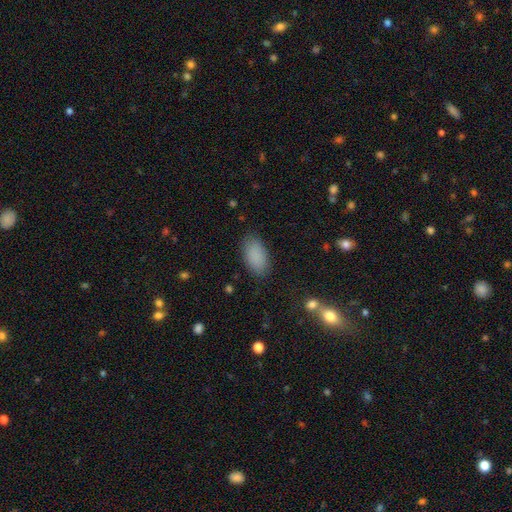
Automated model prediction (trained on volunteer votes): Q: Smooth or featured?
A: smooth (88%); runner-up: star or artifact (8%)
Q: How rounded?
A: in between (94%); runner-up: round (3%)
Q: Merging?
A: none (86%); runner-up: minor disturbance (10%)